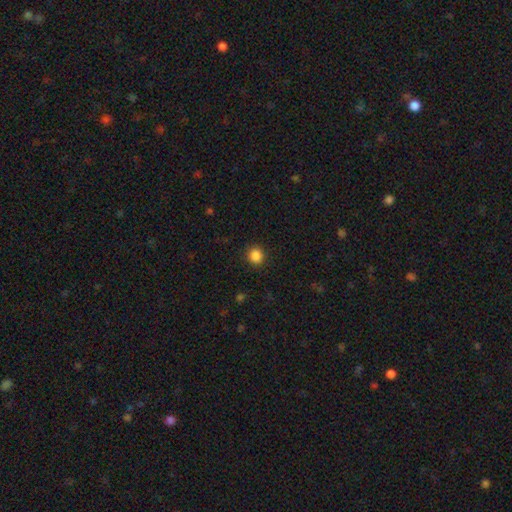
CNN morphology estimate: This is clearly a smooth galaxy (86%). How rounded: clearly round (89%). Merging: clearly none (91%).